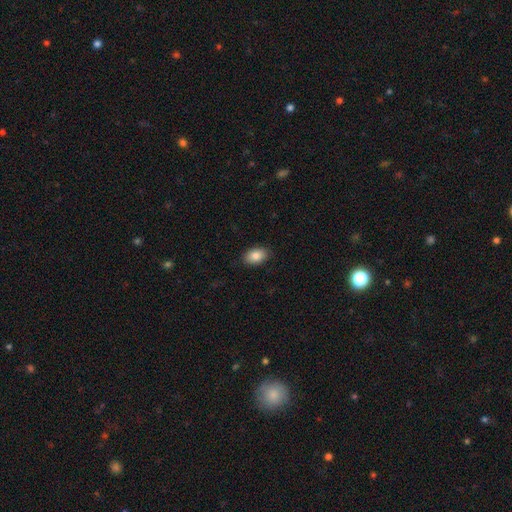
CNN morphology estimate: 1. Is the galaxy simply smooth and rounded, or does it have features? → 86% smooth, 8% star or artifact, 6% featured or disk.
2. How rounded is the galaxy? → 88% in between, 11% round, 1% cigar-shaped.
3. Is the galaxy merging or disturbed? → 88% none, 9% minor disturbance, 2% major disturbance, 1% merger.